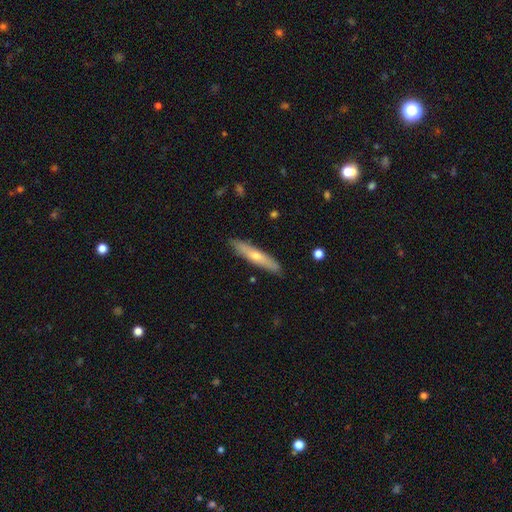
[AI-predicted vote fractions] A smooth galaxy with no disk features (50%) that is cigar-shaped (90%). Merging: none (89%).